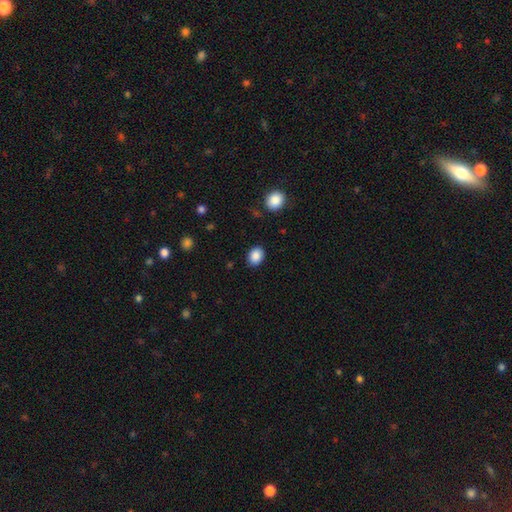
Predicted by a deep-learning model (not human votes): Smooth or featured?
  - smooth: 88% *
  - star or artifact: 8%
  - featured or disk: 4%
How rounded?
  - in between: 62% *
  - round: 37%
  - cigar-shaped: 1%
Merging?
  - none: 88% *
  - minor disturbance: 8%
  - major disturbance: 2%
  - merger: 1%